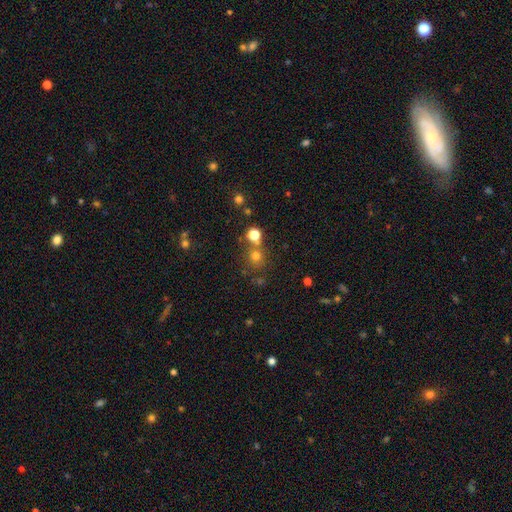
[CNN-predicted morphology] A smooth galaxy with no disk features (64%) that is round (89%). Merging: none (67%).